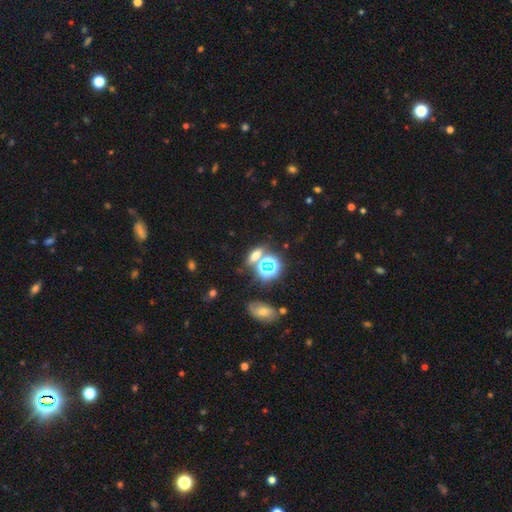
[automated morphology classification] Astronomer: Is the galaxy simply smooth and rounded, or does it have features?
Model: smooth — 50% (runner-up: star or artifact, 38%).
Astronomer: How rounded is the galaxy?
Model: in between — 57%.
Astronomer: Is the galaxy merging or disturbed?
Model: none — 68%.